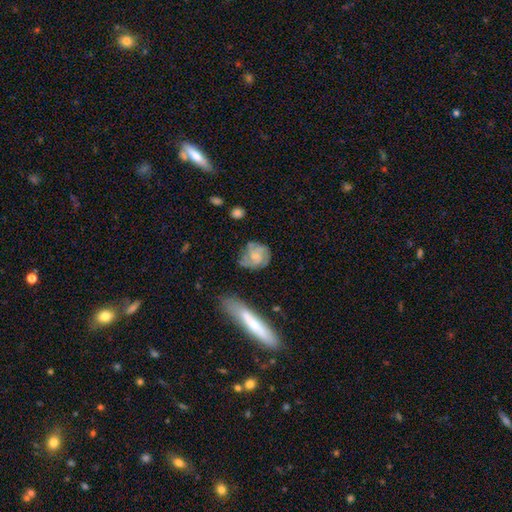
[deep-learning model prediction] smooth-or-featured: featured or disk: 74% | smooth: 19% | star or artifact: 7%
  disk-edge-on: no: 97% | yes: 3%
    bar: no: 67% | weak: 28% | strong: 5%
    has-spiral-arms: yes: 93% | no: 7%
      spiral-winding: tight: 47% | medium: 41% | loose: 12%
      spiral-arm-count: 3: 38% | 2: 21% | can't tell: 19% | 4: 12% | 1: 5% | more than 4: 4%
    bulge-size: small: 59% | moderate: 24% | none: 14% | large: 2% | dominant: 1%
  merging: none: 66% | minor disturbance: 20% | major disturbance: 10% | merger: 4%